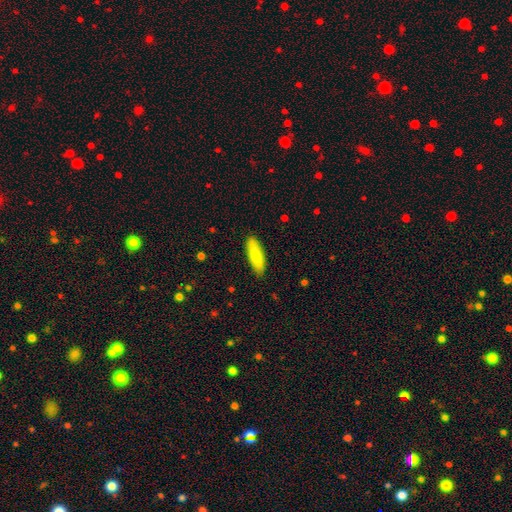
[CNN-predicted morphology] smooth_or_featured: smooth (p=0.86) [alt: featured or disk p=0.08]
how_rounded: cigar-shaped (p=0.51) [alt: in between p=0.48]
merging: none (p=0.87) [alt: minor disturbance p=0.10]